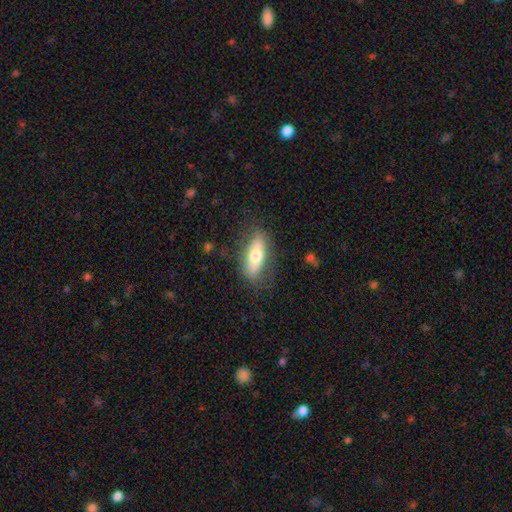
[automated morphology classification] The model was most divided on "smooth or featured": smooth: 61%, featured or disk: 33%, star or artifact: 6%. More confident: merging — none (78%); how rounded — in between (70%).